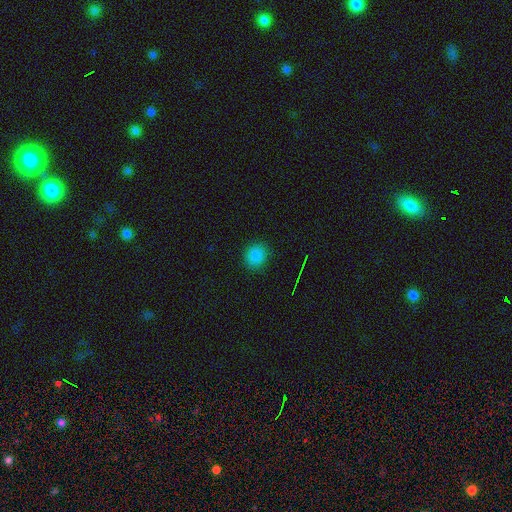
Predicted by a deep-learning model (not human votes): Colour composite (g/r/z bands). It shows a smooth galaxy with no disk features (82%) that is round (76%). Merging: none (88%).